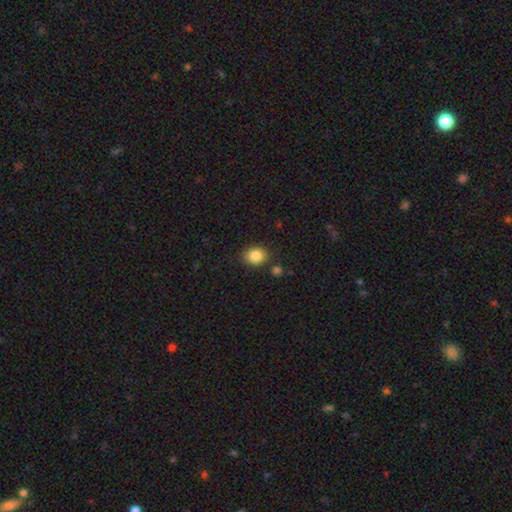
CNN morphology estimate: smooth_or_featured: smooth (p=0.86) [alt: star or artifact p=0.09]
how_rounded: round (p=0.50) [alt: in between p=0.49]
merging: none (p=0.80) [alt: minor disturbance p=0.11]